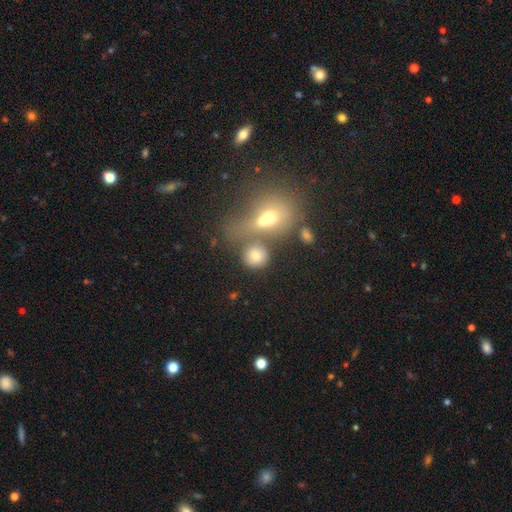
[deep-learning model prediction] This is likely a smooth galaxy (73%). How rounded: clearly round (81%). Merging: possibly none (51%).